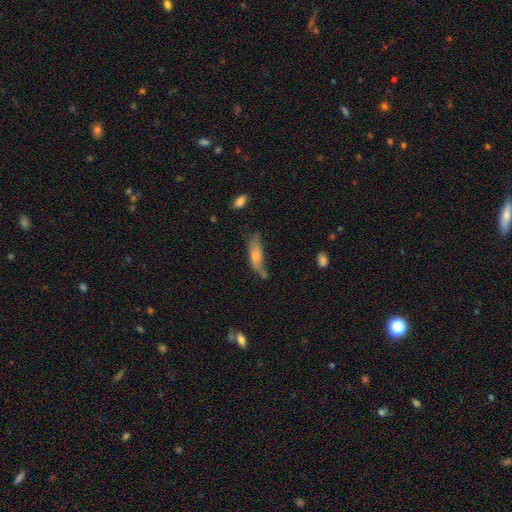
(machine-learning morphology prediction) The model was most divided on "how rounded" (2-way tie): cigar-shaped: 49%, in between: 49%, round: 2%. Remaining: smooth or featured — smooth (66%); merging — none (39%).